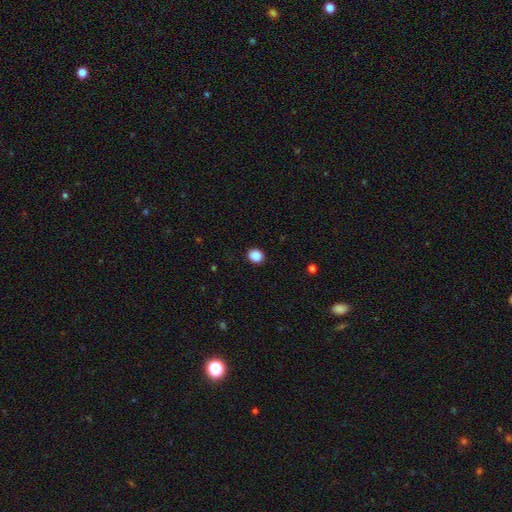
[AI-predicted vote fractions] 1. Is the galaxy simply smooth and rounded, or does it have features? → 88% smooth, 10% star or artifact, 2% featured or disk.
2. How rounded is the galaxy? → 78% round, 21% in between, 1% cigar-shaped.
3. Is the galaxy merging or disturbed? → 91% none, 6% minor disturbance, 2% major disturbance, 1% merger.